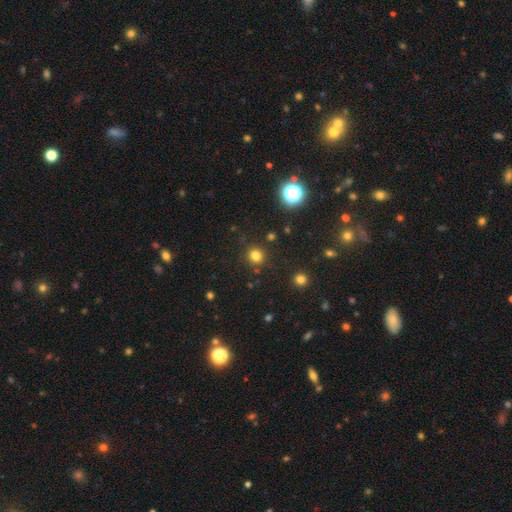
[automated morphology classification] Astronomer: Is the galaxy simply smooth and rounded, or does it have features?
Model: smooth — 79%.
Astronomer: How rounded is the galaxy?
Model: round — 91%.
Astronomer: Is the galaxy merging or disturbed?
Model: none — 89%.